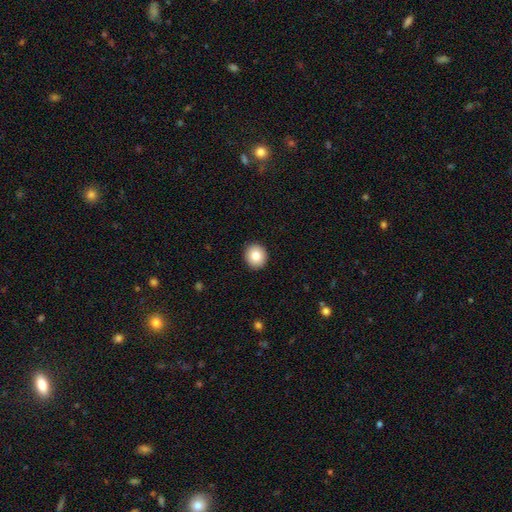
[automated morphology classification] Smooth or featured?
  - smooth: 82% *
  - featured or disk: 9%
  - star or artifact: 9%
How rounded?
  - round: 88% *
  - in between: 11%
  - cigar-shaped: 1%
Merging?
  - none: 92% *
  - minor disturbance: 5%
  - major disturbance: 2%
  - merger: 1%